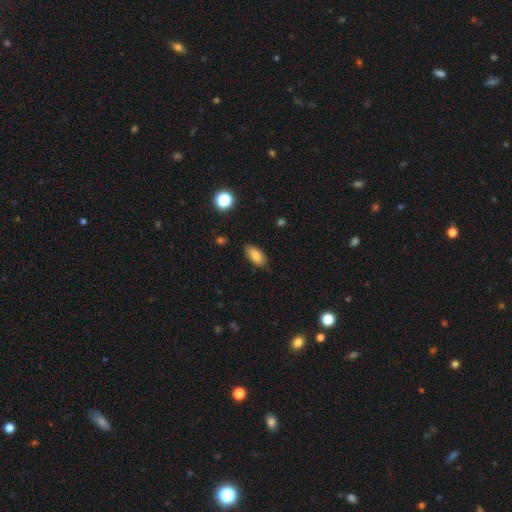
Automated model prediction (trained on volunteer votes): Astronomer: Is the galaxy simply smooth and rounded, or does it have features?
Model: smooth — 82%.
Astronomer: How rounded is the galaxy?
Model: in between — 89%.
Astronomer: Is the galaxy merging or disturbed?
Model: none — 83%.